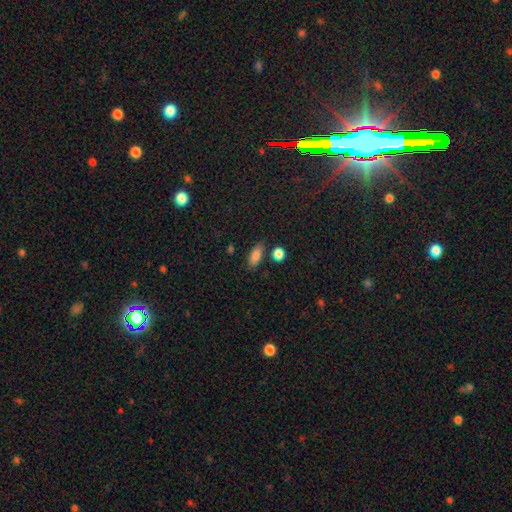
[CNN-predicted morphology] Q: Smooth or featured?
A: smooth (83%); runner-up: star or artifact (9%)
Q: How rounded?
A: in between (82%); runner-up: cigar-shaped (12%)
Q: Merging?
A: none (76%); runner-up: minor disturbance (14%)